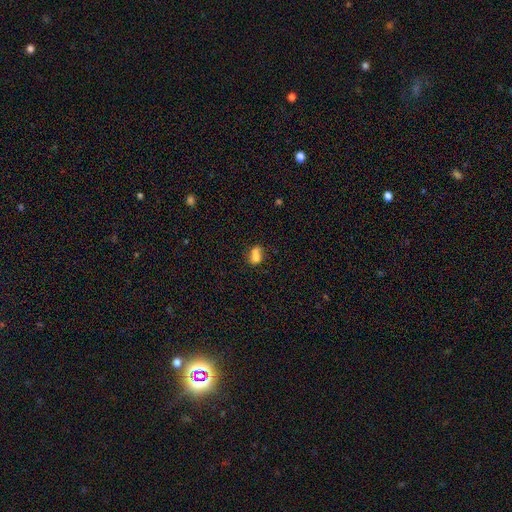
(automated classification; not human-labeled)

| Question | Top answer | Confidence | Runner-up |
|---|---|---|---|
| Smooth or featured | smooth | 70% | featured or disk (19%) |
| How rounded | in between | 55% | round (42%) |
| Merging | merger | 58% | none (25%) |